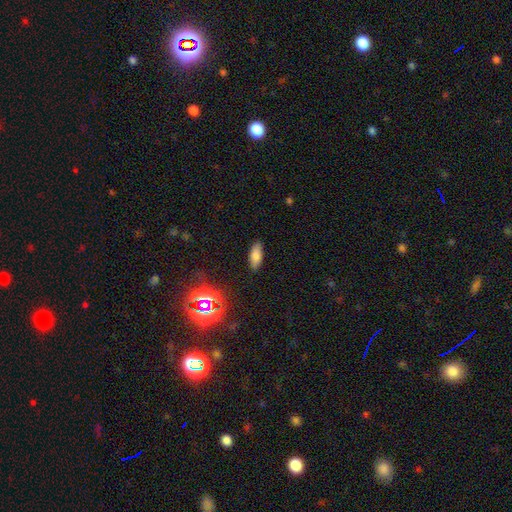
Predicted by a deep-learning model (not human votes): This appears to be a smooth galaxy with no disk features (76%) that is in between round and cigar-shaped (77%). Merging: none (87%).